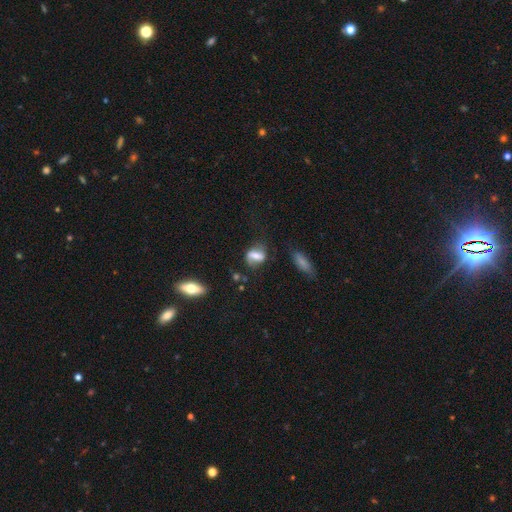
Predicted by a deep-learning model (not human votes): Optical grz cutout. It shows a featured or disk galaxy (52%). Merging: none (61%).